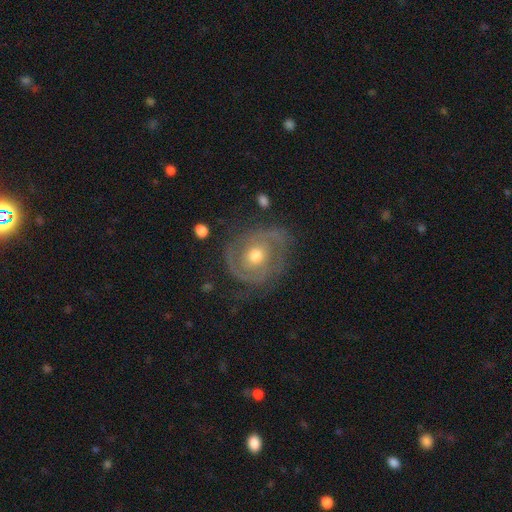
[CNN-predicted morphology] featured or disk 83%, smooth 11%, star or artifact 6%. Down the decision tree: edge-on disk — no (97%); bar — no (76%); spiral arms — yes (89%); spiral arm count — 2 (63%); spiral winding — tight (59%); bulge size — moderate (76%); merging — none (74%).